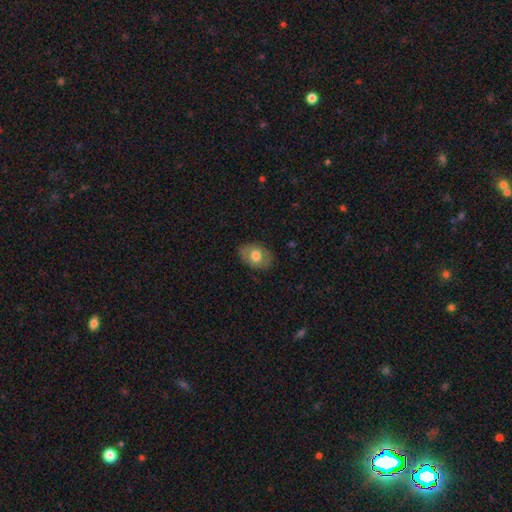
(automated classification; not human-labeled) Overall: smooth (66%; featured or disk 27%). How rounded: in between (78%). Merging: none (82%).